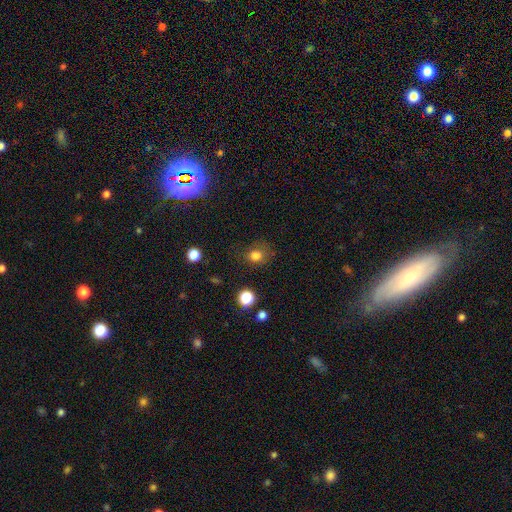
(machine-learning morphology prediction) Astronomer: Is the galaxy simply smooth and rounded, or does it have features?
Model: smooth — 78%.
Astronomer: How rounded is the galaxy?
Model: round — 67%.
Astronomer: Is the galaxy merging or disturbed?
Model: none — 67%.